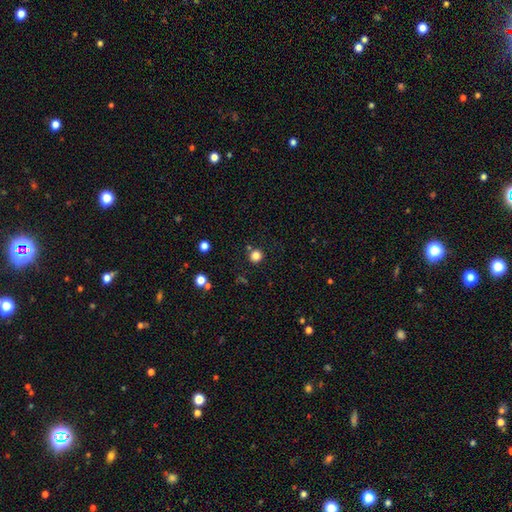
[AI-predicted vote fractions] Overall: smooth (81%). How rounded: round (93%). Merging: none (84%).